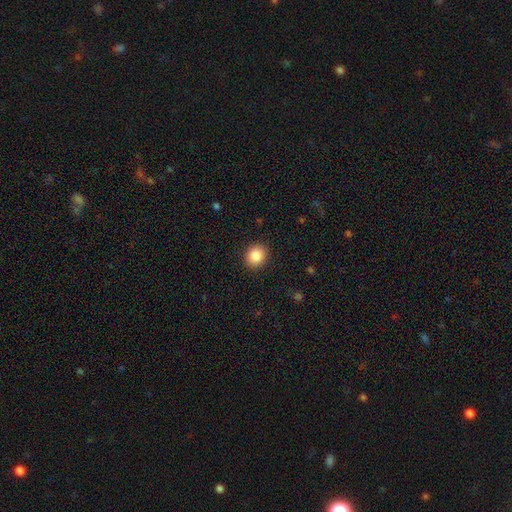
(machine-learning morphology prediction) Smooth or featured?
  - smooth: 86% *
  - star or artifact: 9%
  - featured or disk: 5%
How rounded?
  - round: 70% *
  - in between: 29%
  - cigar-shaped: 1%
Merging?
  - none: 91% *
  - minor disturbance: 6%
  - major disturbance: 2%
  - merger: 1%